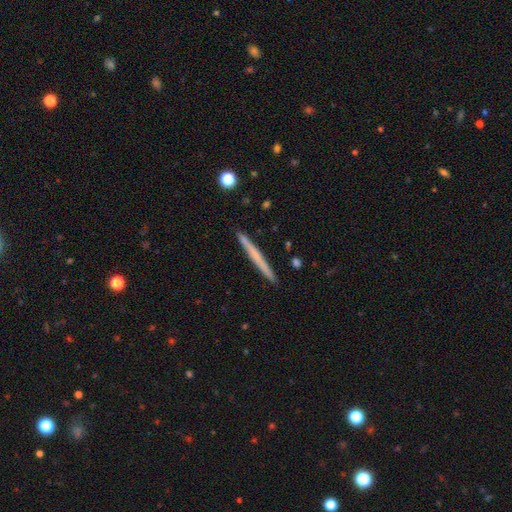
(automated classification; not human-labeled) Overall: smooth (52%; featured or disk 42%). How rounded: cigar-shaped (97%). Merging: none (91%).